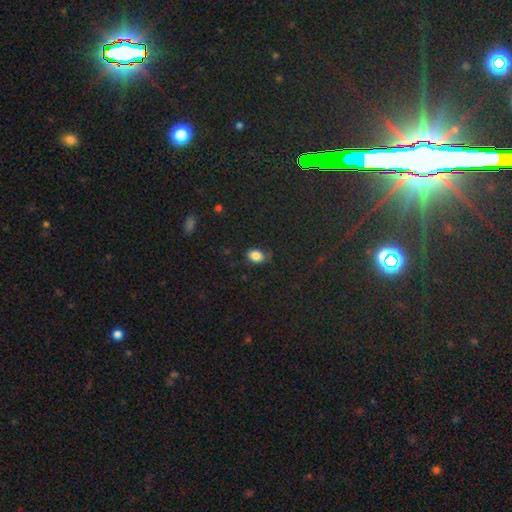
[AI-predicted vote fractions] The model was most divided on "how rounded": in between: 73%, round: 26%, cigar-shaped: 1%. More confident: smooth or featured — smooth (84%); merging — none (73%).